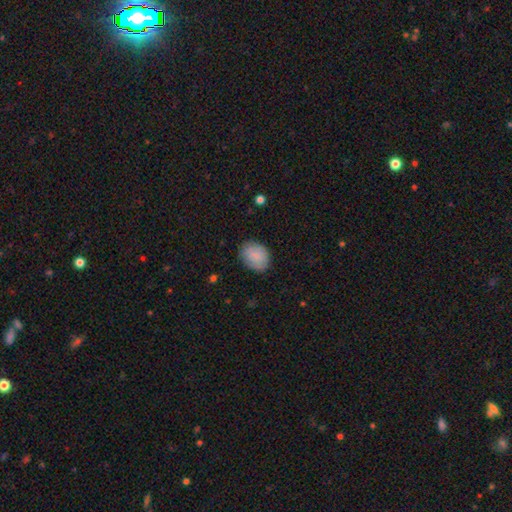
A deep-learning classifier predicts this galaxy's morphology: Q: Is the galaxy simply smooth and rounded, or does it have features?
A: smooth — 85%.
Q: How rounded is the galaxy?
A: in between — 63%.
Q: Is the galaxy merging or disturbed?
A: none — 80%.